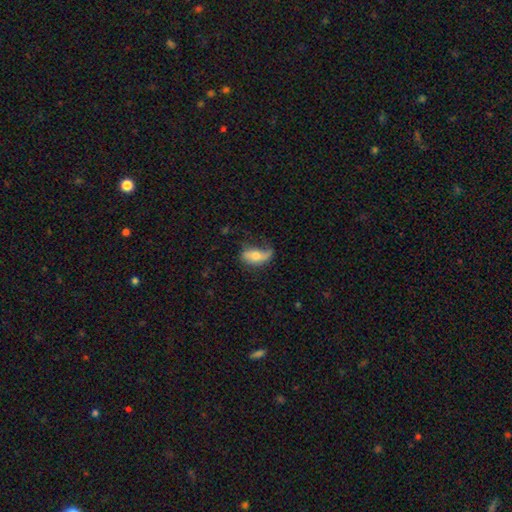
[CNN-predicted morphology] Smooth or featured?
  - smooth: 52% *
  - featured or disk: 40%
  - star or artifact: 8%
How rounded?
  - in between: 84% *
  - cigar-shaped: 9%
  - round: 7%
Merging?
  - none: 39% *
  - minor disturbance: 30%
  - major disturbance: 27%
  - merger: 4%